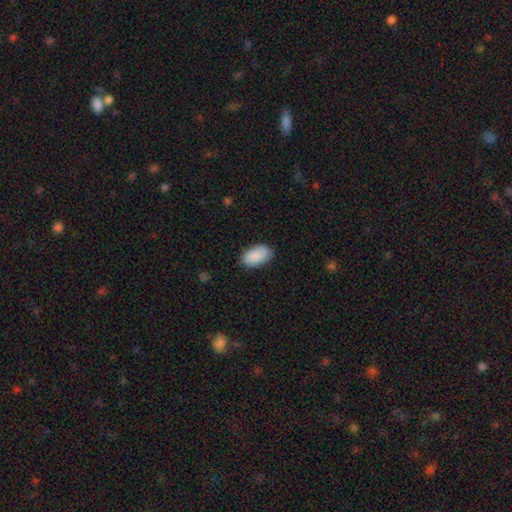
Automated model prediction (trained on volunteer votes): smooth_or_featured: smooth (p=0.90) [alt: star or artifact p=0.06]
how_rounded: in between (p=0.95) [alt: round p=0.04]
merging: none (p=0.84) [alt: minor disturbance p=0.12]